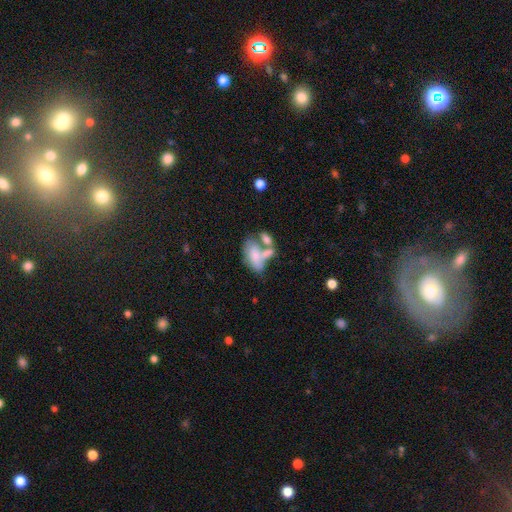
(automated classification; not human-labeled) This appears to be a smooth galaxy with no disk features (65%) that is in between round and cigar-shaped (89%). Merging: merger (53%).